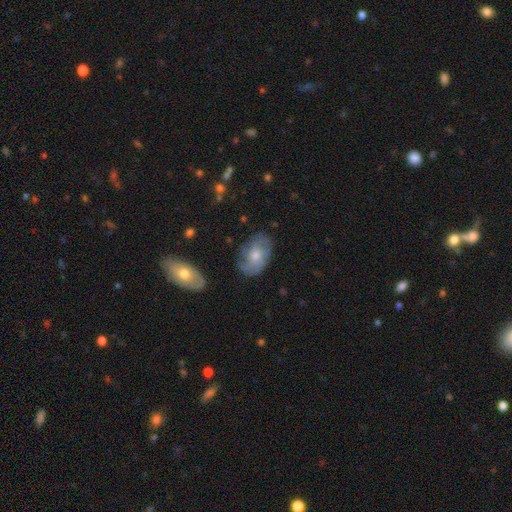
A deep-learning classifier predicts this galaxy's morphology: A featured or disk galaxy (50%). Merging: none (66%).